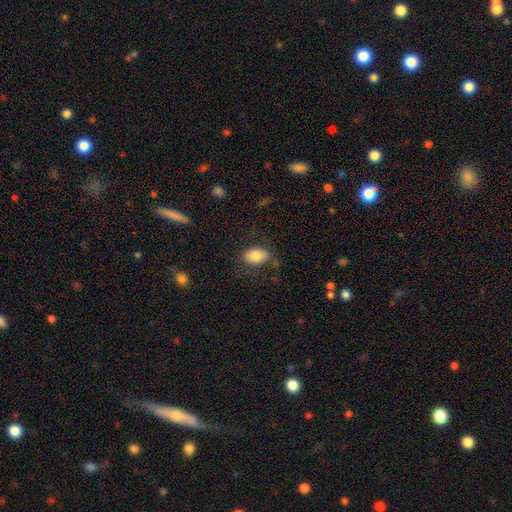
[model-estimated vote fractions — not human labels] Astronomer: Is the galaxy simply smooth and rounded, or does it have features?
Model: smooth — 80%.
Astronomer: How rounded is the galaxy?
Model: in between — 86%.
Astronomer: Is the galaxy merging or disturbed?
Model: none — 75%.